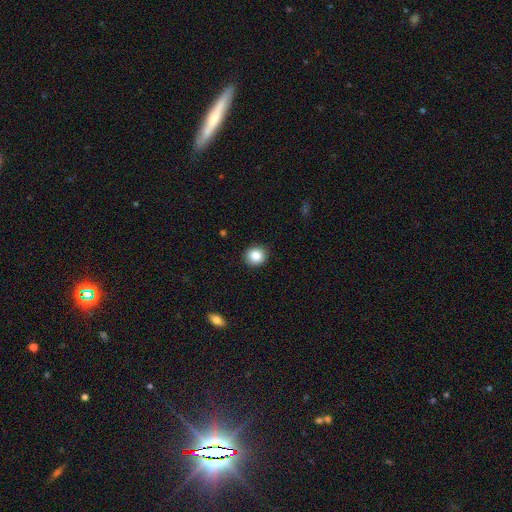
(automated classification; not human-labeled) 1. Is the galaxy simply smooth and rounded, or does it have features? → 85% smooth, 9% star or artifact, 5% featured or disk.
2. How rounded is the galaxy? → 86% round, 13% in between, 1% cigar-shaped.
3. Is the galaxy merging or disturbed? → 91% none, 6% minor disturbance, 2% major disturbance, 1% merger.